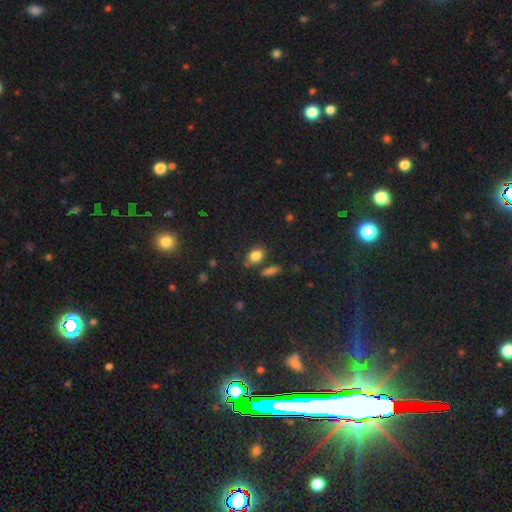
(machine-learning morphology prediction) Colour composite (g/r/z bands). It shows a smooth galaxy with no disk features (83%) that is in between round and cigar-shaped (66%). Merging: none (71%).